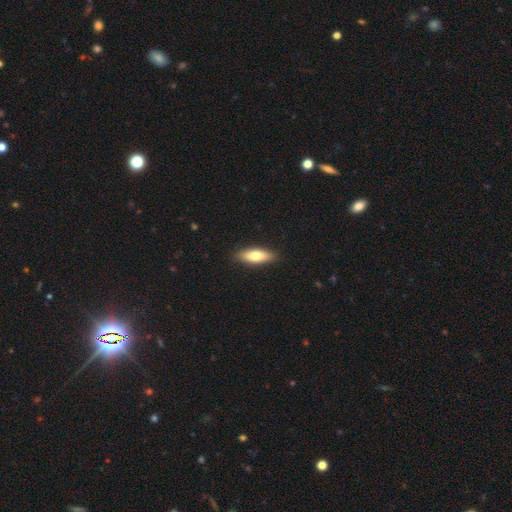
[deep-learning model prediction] The model was most divided on "how rounded": in between: 60%, cigar-shaped: 38%, round: 2%. More confident: merging — none (89%); smooth or featured — smooth (74%).